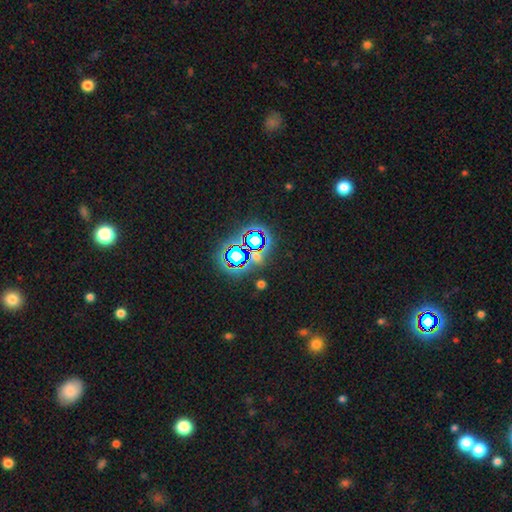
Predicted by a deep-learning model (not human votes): smooth_or_featured: star or artifact (p=0.68) [alt: smooth p=0.22]